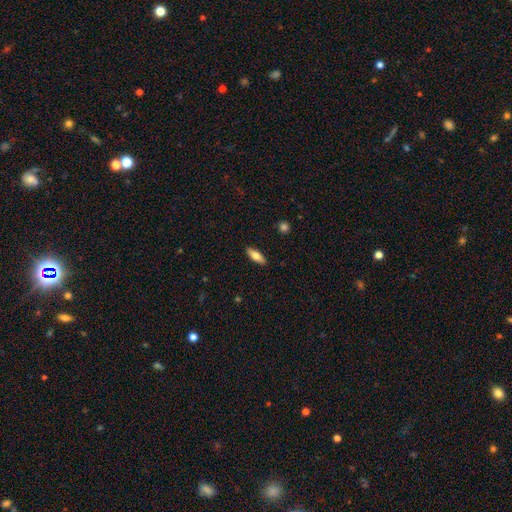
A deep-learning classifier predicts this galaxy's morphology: The model was most divided on "how rounded": in between: 62%, cigar-shaped: 36%, round: 2%. More confident: merging — none (89%); smooth or featured — smooth (69%).